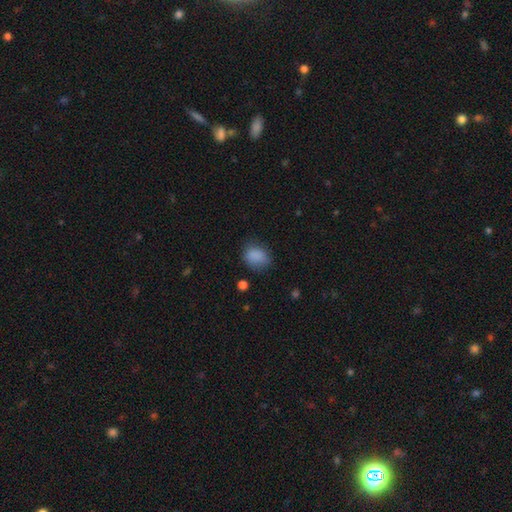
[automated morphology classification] Q: Smooth or featured?
A: smooth (85%); runner-up: star or artifact (10%)
Q: How rounded?
A: in between (51%); runner-up: round (48%)
Q: Merging?
A: none (69%); runner-up: minor disturbance (22%)